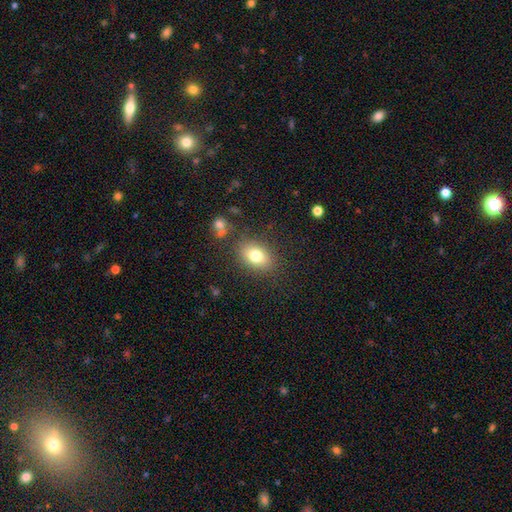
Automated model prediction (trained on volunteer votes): Smooth or featured?
  - smooth: 78% *
  - featured or disk: 12%
  - star or artifact: 11%
How rounded?
  - in between: 71% *
  - round: 28%
  - cigar-shaped: 1%
Merging?
  - none: 82% *
  - minor disturbance: 11%
  - major disturbance: 4%
  - merger: 3%